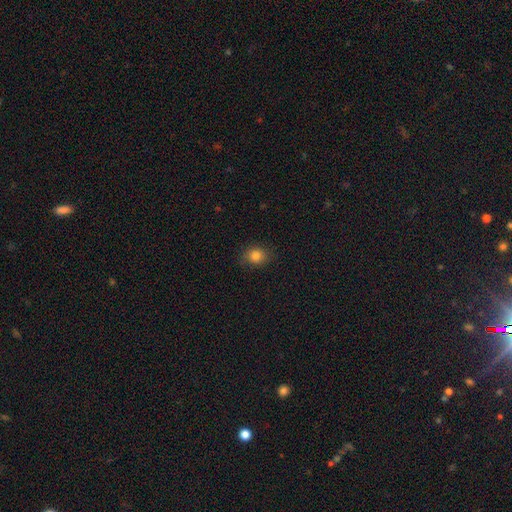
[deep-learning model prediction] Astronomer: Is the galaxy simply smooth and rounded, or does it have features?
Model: smooth — 82%.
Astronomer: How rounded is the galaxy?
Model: round — 61% (runner-up: in between, 38%).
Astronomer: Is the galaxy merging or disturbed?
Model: none — 81%.